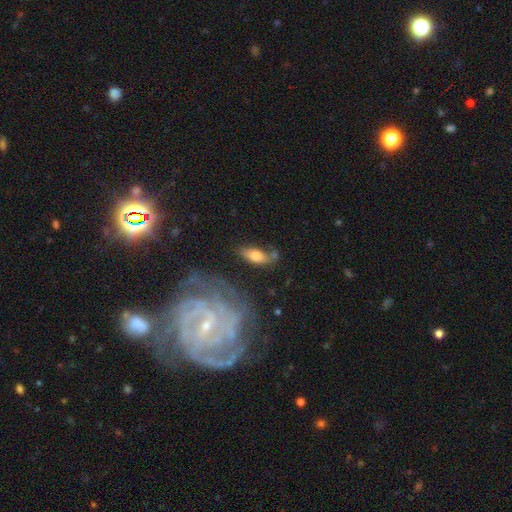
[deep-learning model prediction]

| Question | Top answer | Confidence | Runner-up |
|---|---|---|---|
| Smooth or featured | smooth | 68% | featured or disk (26%) |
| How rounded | in between | 77% | cigar-shaped (19%) |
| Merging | none | 61% | minor disturbance (21%) |